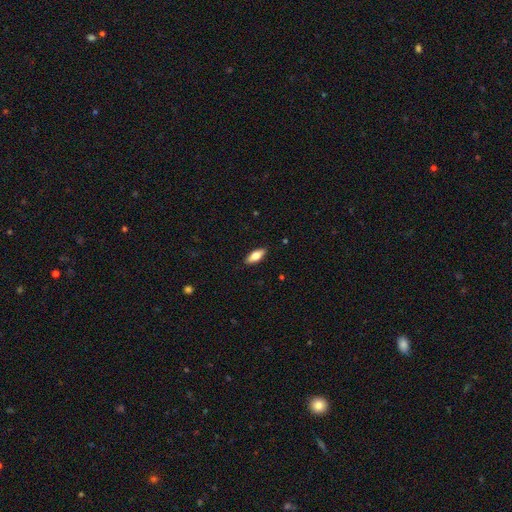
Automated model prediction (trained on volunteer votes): Smooth or featured? smooth (74%)
How rounded? in between (79%)
Merging? none (89%)